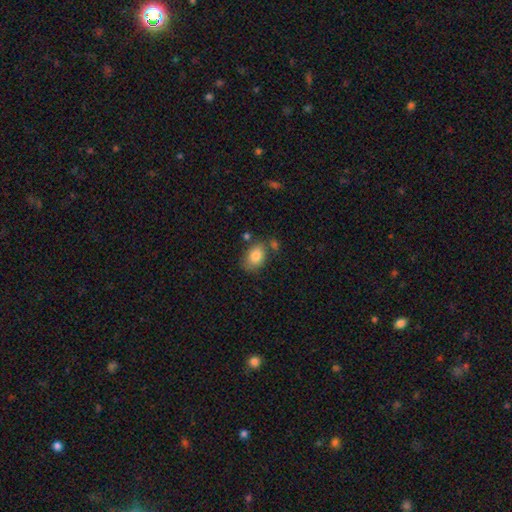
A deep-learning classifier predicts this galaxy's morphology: This is clearly a smooth galaxy (83%). How rounded: likely in between (77%). Merging: likely none (64%).